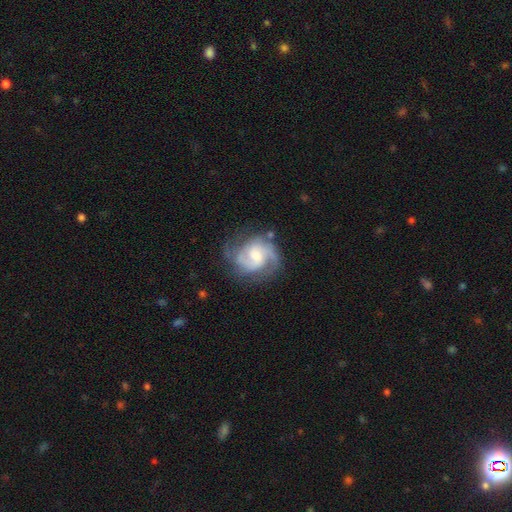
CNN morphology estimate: Overall: featured or disk (85%). Edge-on disk: no (98%). Bar: weak (50%; no 41%). Spiral arms: yes (97%). Spiral arm count: 2 (69%). Spiral winding: medium (51%; tight 34%). Bulge size: moderate (52%; small 34%). Merging: none (66%).